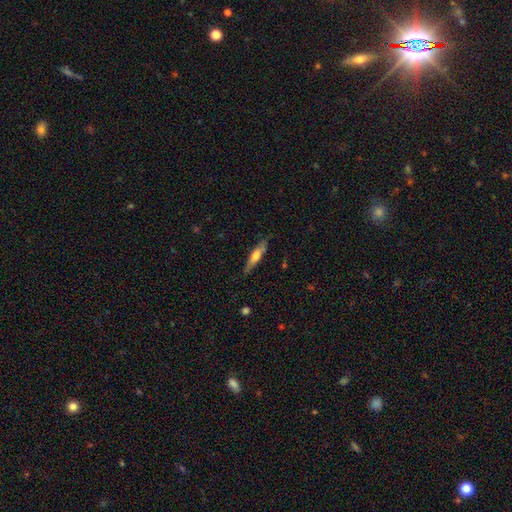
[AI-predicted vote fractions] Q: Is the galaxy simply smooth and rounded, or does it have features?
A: smooth — 50%.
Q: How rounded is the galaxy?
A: cigar-shaped — 82%.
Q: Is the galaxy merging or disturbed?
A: none — 83%.